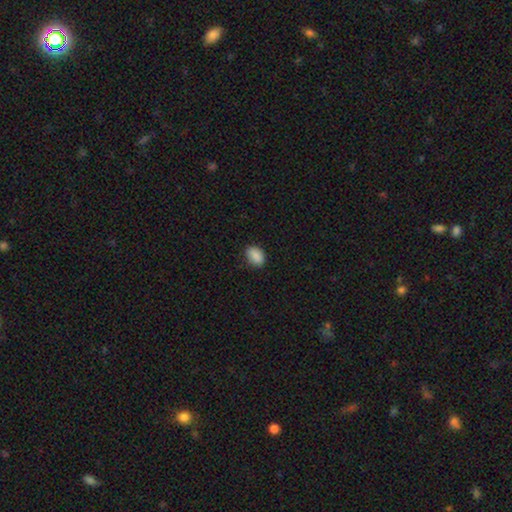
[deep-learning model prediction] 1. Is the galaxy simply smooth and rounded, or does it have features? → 88% smooth, 8% star or artifact, 4% featured or disk.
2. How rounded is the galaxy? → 81% in between, 18% round, 1% cigar-shaped.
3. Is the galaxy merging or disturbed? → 82% none, 14% minor disturbance, 3% major disturbance, 1% merger.